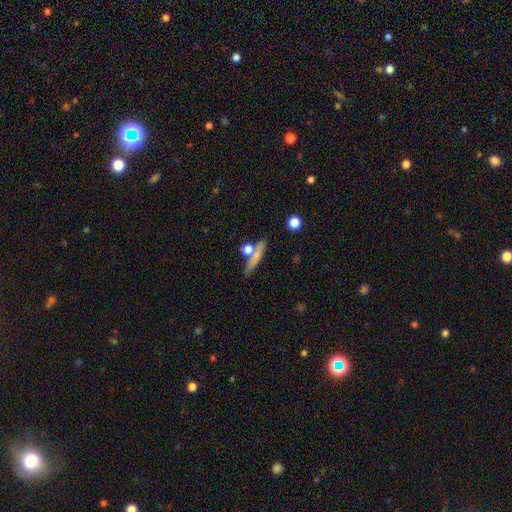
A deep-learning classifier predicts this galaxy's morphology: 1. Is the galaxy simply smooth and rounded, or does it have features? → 65% smooth, 27% featured or disk, 8% star or artifact.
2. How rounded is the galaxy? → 79% cigar-shaped, 13% in between, 8% round.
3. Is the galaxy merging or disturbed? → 69% none, 15% merger, 12% minor disturbance, 4% major disturbance.